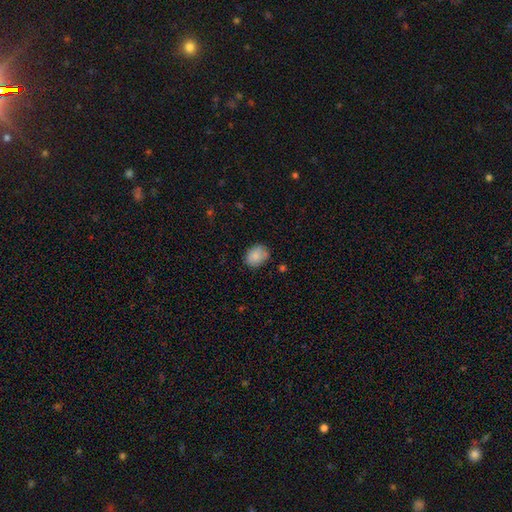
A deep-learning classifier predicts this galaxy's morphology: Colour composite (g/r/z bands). It shows a smooth galaxy with no disk features (86%) that is in between round and cigar-shaped (63%). Merging: none (80%).